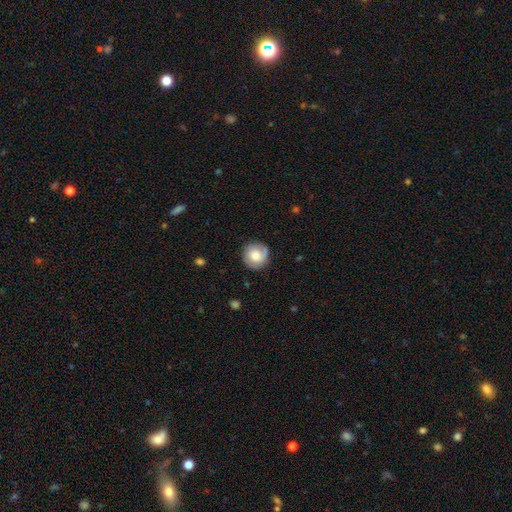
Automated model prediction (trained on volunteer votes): Smooth or featured?
  - smooth: 55% *
  - featured or disk: 37%
  - star or artifact: 8%
How rounded?
  - round: 92% *
  - in between: 8%
  - cigar-shaped: 1%
Merging?
  - none: 80% *
  - minor disturbance: 14%
  - major disturbance: 4%
  - merger: 1%